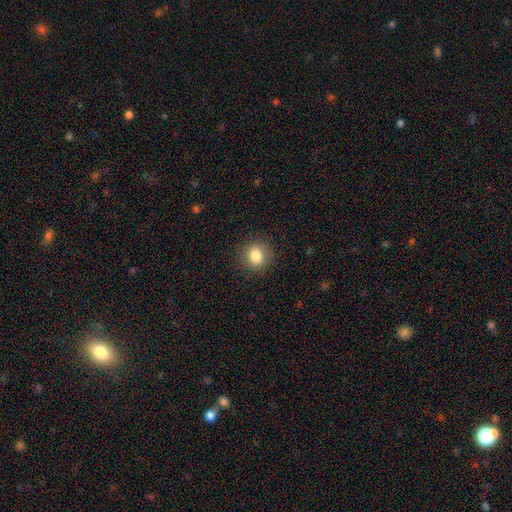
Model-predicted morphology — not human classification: Smooth or featured? Predicted: smooth (p=0.83). How rounded? Predicted: round (p=0.78). Merging? Predicted: none (p=0.87).